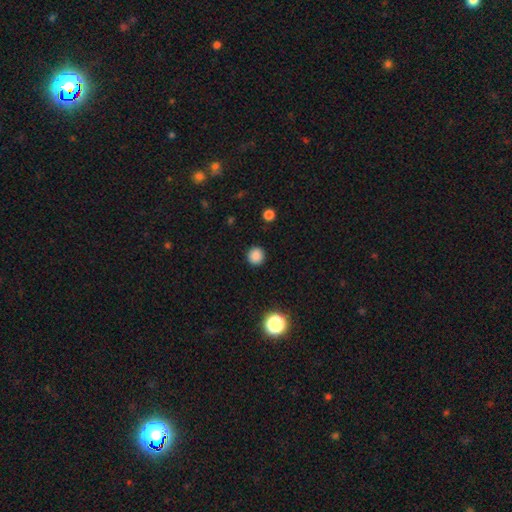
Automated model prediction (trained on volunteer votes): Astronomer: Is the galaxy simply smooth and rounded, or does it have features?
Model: smooth — 86%.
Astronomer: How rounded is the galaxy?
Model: round — 92%.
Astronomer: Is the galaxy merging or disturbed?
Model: none — 91%.